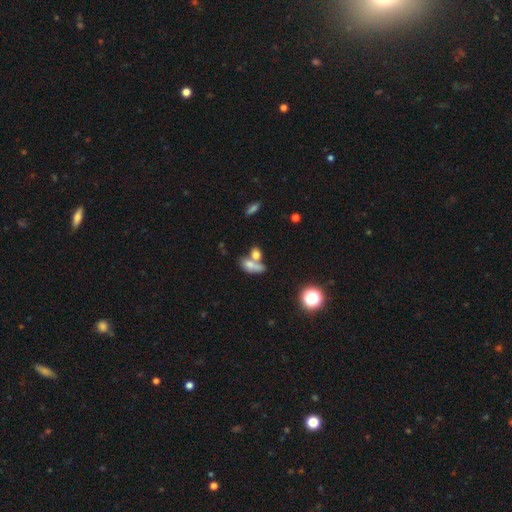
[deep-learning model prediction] Q: Smooth or featured?
A: smooth (72%); runner-up: featured or disk (16%)
Q: How rounded?
A: in between (66%); runner-up: round (22%)
Q: Merging?
A: merger (53%); runner-up: none (32%)